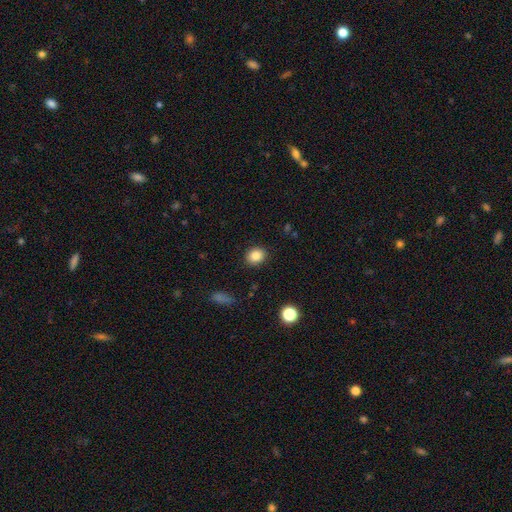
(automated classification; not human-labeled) Smooth or featured? smooth (84%)
How rounded? round (59%)
Merging? none (89%)